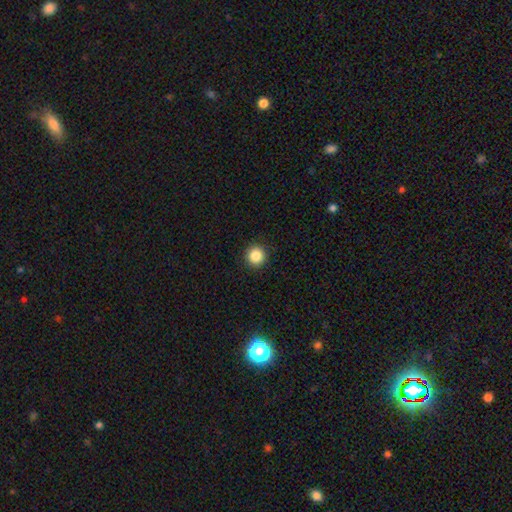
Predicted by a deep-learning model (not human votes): Overall: smooth (86%). How rounded: round (95%). Merging: none (93%).